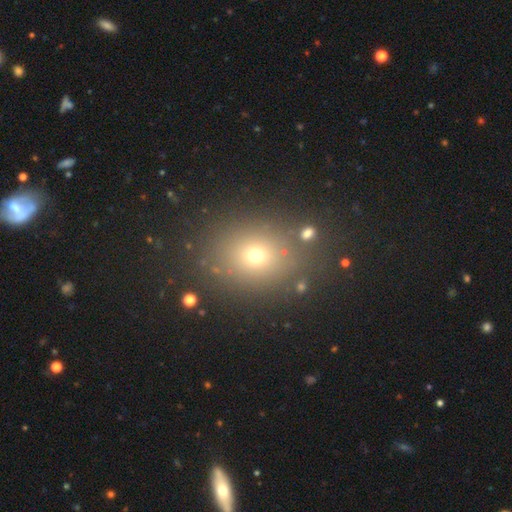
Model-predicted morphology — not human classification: Smooth or featured?
  - smooth: 65% *
  - star or artifact: 26%
  - featured or disk: 9%
How rounded?
  - round: 58% *
  - in between: 40%
  - cigar-shaped: 1%
Merging?
  - none: 84% *
  - minor disturbance: 9%
  - merger: 4%
  - major disturbance: 4%